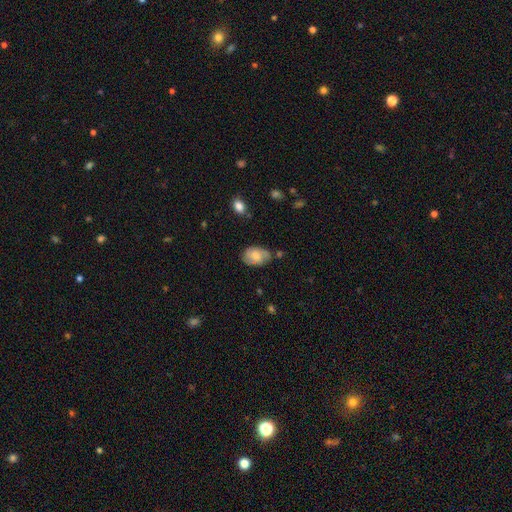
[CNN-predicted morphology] Smooth or featured? Predicted: smooth (p=0.55). How rounded? Predicted: in between (p=0.85). Merging? Predicted: none (p=0.62).